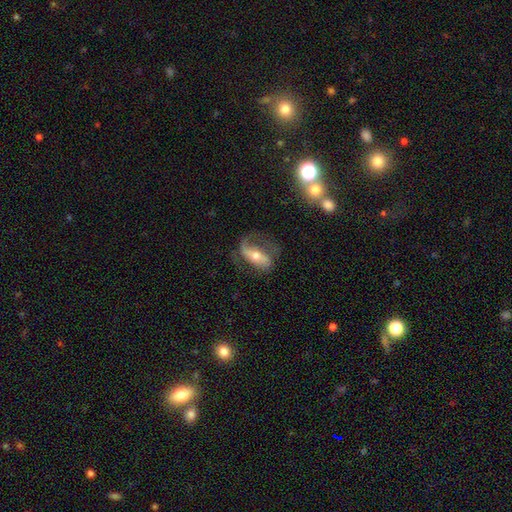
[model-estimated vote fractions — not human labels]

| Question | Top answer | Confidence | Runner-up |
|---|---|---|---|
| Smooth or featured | featured or disk | 70% | smooth (22%) |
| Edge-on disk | no | 87% | yes (13%) |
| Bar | strong | 44% | no (29%) |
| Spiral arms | yes | 84% | no (16%) |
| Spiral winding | loose | 49% | medium (36%) |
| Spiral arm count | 2 | 69% | 1 (20%) |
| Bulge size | moderate | 58% | small (33%) |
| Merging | none | 52% | major disturbance (23%) |